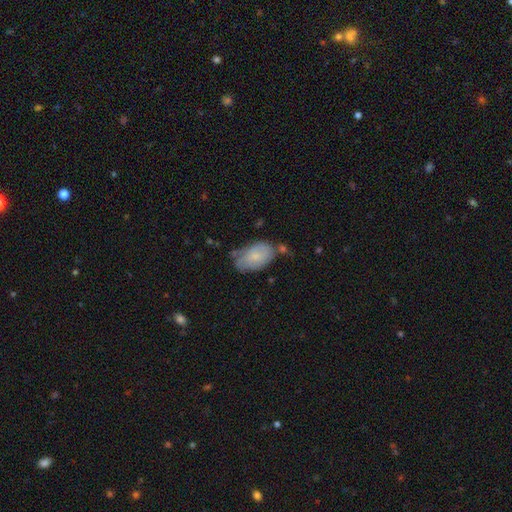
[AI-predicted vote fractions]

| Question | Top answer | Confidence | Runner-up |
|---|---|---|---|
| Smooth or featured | smooth | 62% | featured or disk (31%) |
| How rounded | in between | 91% | round (7%) |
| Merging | none | 48% | minor disturbance (33%) |